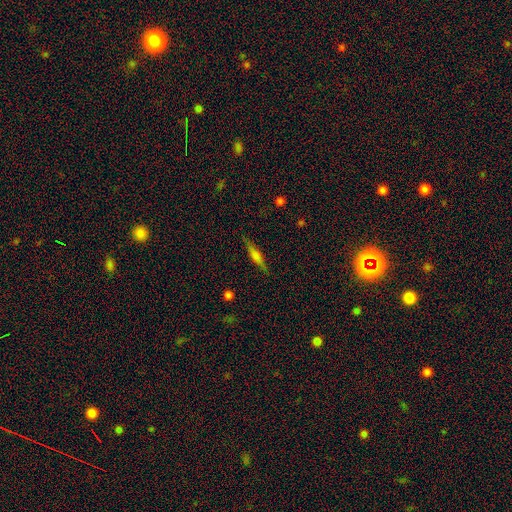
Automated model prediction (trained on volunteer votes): Smooth or featured?
  - smooth: 48% *
  - featured or disk: 43%
  - star or artifact: 9%
Merging?
  - none: 85% *
  - minor disturbance: 11%
  - major disturbance: 3%
  - merger: 1%